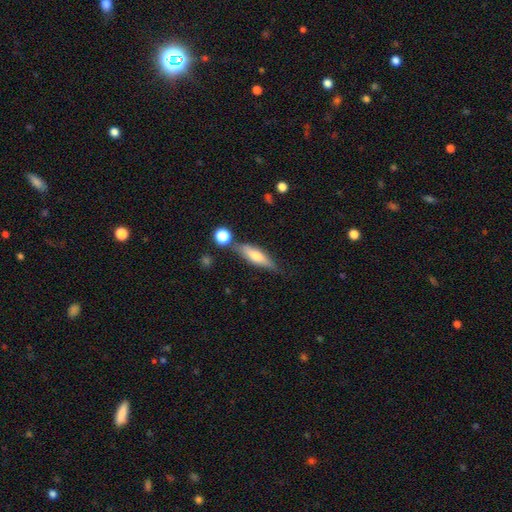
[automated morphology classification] A smooth galaxy with no disk features (51%) that is cigar-shaped (60%). Merging: none (68%).